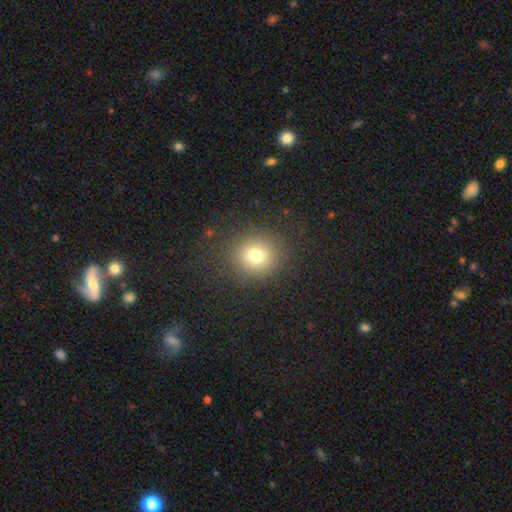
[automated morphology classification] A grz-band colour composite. It shows a smooth galaxy with no disk features (74%) that is round (88%). Merging: none (86%).